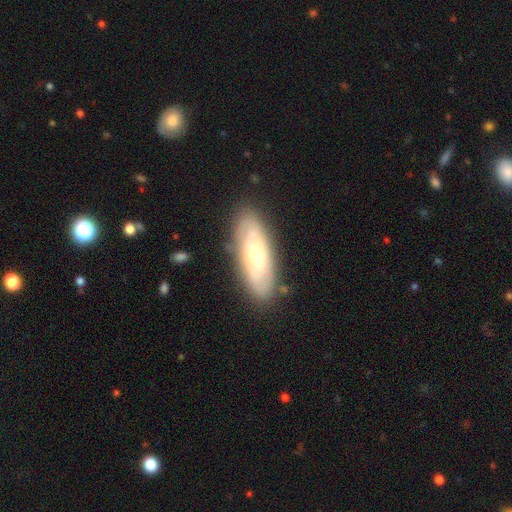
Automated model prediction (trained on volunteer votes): Smooth or featured? Predicted: featured or disk (p=0.52). Edge-on disk? Predicted: no (p=0.78). Merging? Predicted: none (p=0.84).